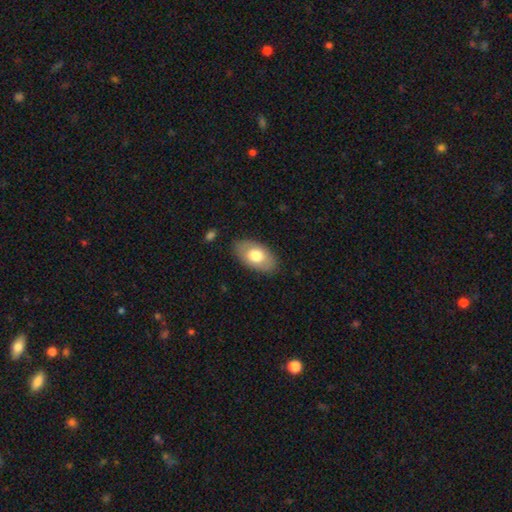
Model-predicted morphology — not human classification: Smooth or featured: smooth — 69% (featured or disk — 25%)
How rounded: in between — 94% (round — 4%)
Merging: none — 84% (minor disturbance — 12%)